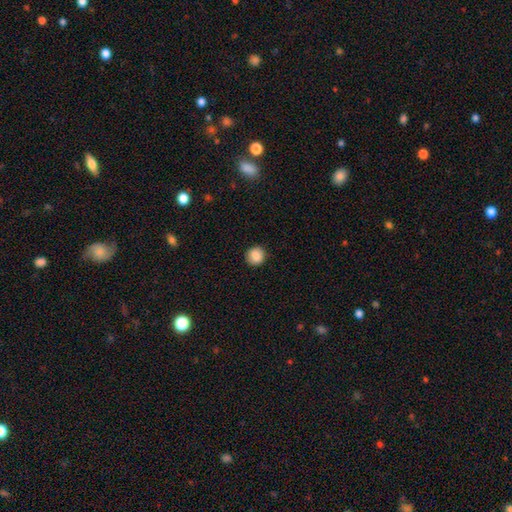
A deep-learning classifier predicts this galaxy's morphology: smooth_or_featured: smooth (p=0.87) [alt: star or artifact p=0.09]
how_rounded: round (p=0.92) [alt: in between p=0.07]
merging: none (p=0.91) [alt: minor disturbance p=0.06]